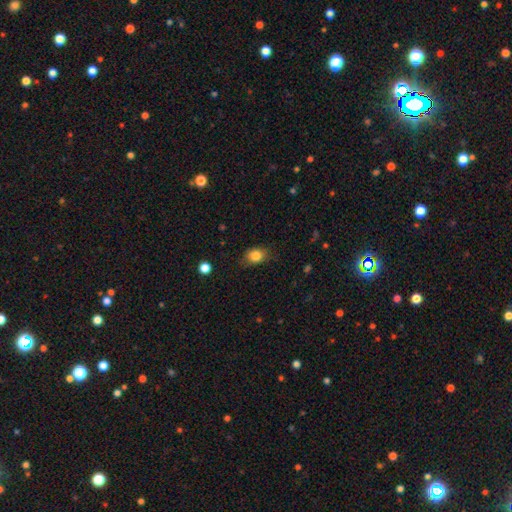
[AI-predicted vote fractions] Smooth or featured: smooth — 84% (star or artifact — 9%)
How rounded: in between — 58% (round — 41%)
Merging: none — 73% (minor disturbance — 21%)